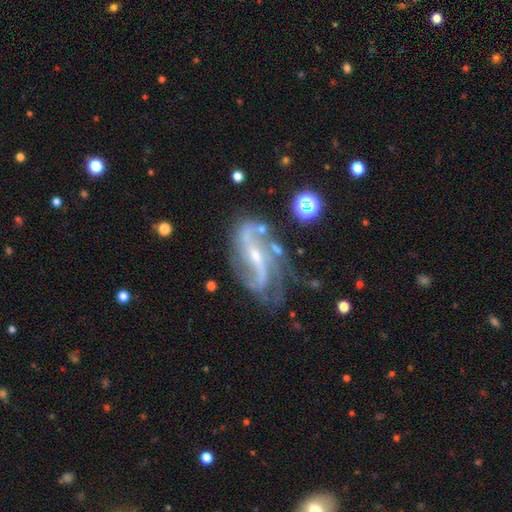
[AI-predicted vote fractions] Smooth or featured? featured or disk (88%)
Edge-on disk? no (94%)
Bar? strong (44%)
Spiral arms? yes (96%)
Spiral winding? loose (45%)
Spiral arm count? 2 (75%)
Bulge size? small (66%)
Merging? none (56%)